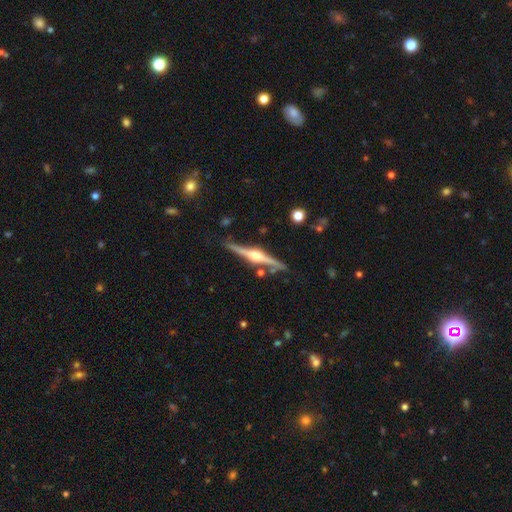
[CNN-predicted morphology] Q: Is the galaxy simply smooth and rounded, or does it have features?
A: featured or disk — 84%.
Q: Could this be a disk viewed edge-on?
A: yes — 98%.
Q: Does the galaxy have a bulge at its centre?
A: rounded — 91%.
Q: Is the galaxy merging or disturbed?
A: none — 82%.